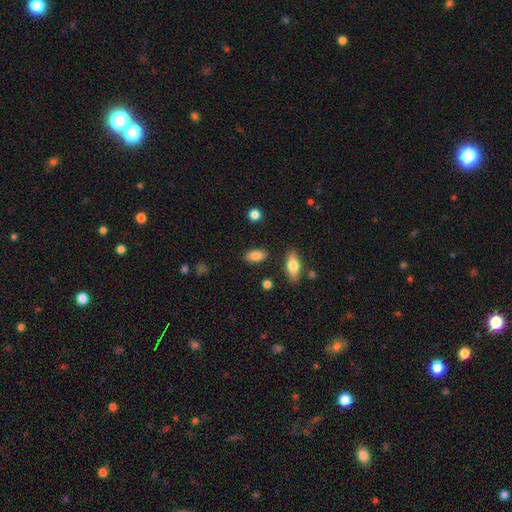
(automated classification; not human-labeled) A smooth galaxy with no disk features (83%) that is in between round and cigar-shaped (88%). Merging: none (85%).